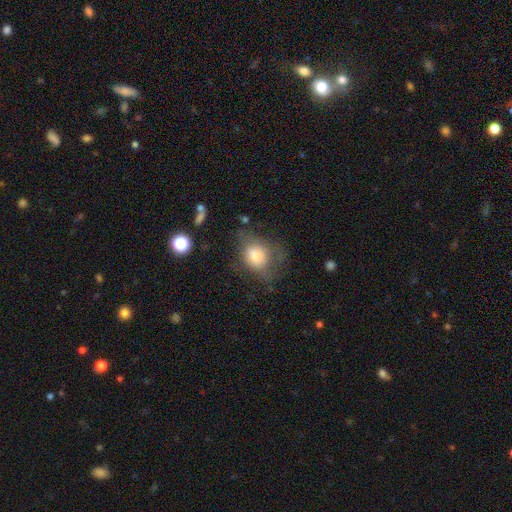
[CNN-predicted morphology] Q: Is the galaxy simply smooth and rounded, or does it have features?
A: smooth — 73%.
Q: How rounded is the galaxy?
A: in between — 51%.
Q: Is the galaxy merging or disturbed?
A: none — 43%.